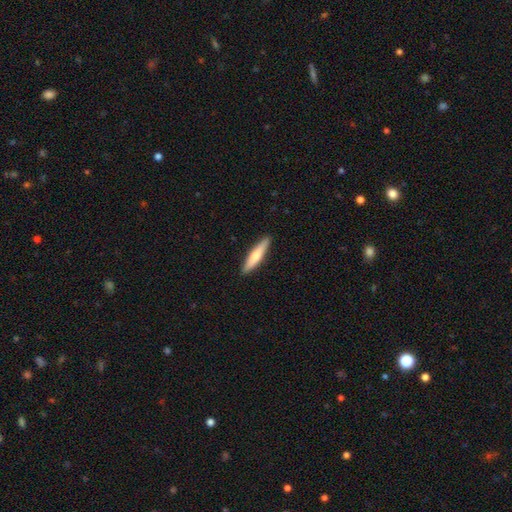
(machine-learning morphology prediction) type=smooth (63%); roundness=cigar-shaped (86%); merging=none (91%).